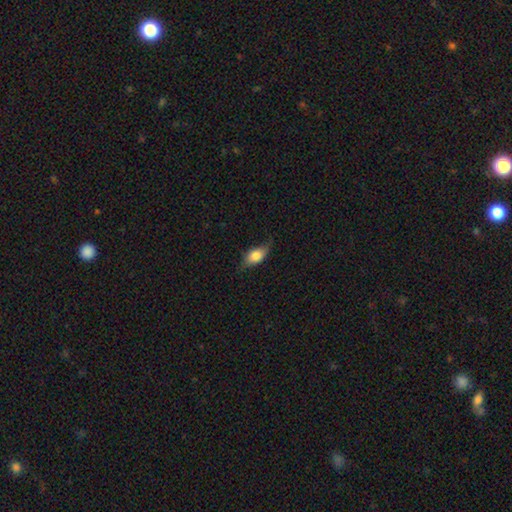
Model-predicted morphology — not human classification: type=smooth (67%); roundness=in between (82%); merging=none (66%).